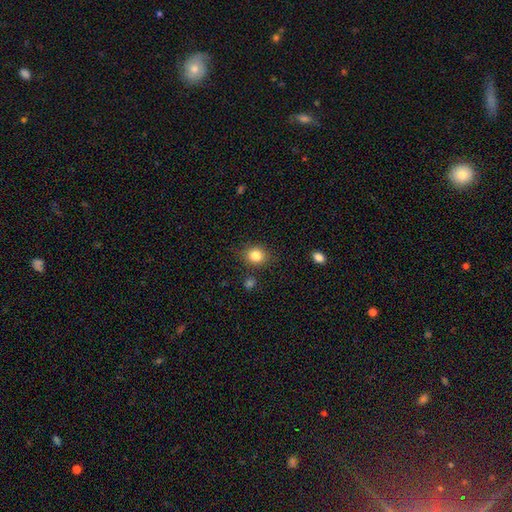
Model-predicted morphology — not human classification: Smooth or featured? smooth (84%)
How rounded? round (70%)
Merging? none (84%)